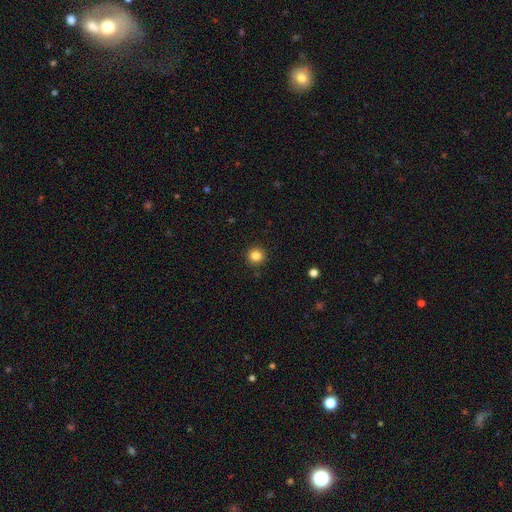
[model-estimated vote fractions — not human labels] Smooth or featured?
  - smooth: 84% *
  - star or artifact: 11%
  - featured or disk: 5%
How rounded?
  - round: 95% *
  - in between: 4%
  - cigar-shaped: 1%
Merging?
  - none: 92% *
  - minor disturbance: 5%
  - major disturbance: 2%
  - merger: 1%